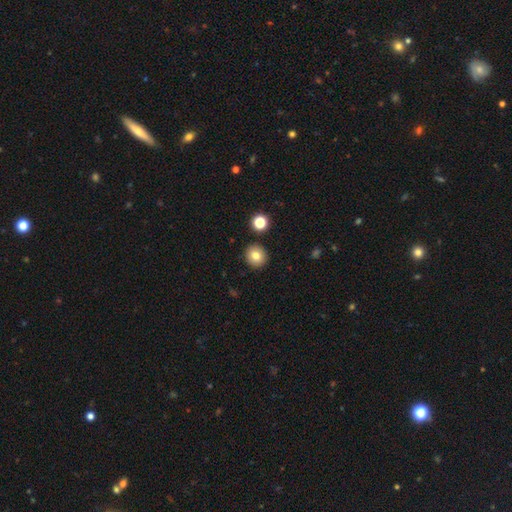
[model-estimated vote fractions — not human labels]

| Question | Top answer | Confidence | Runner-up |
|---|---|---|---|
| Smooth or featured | smooth | 79% | star or artifact (11%) |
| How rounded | round | 92% | in between (7%) |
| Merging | none | 90% | minor disturbance (6%) |